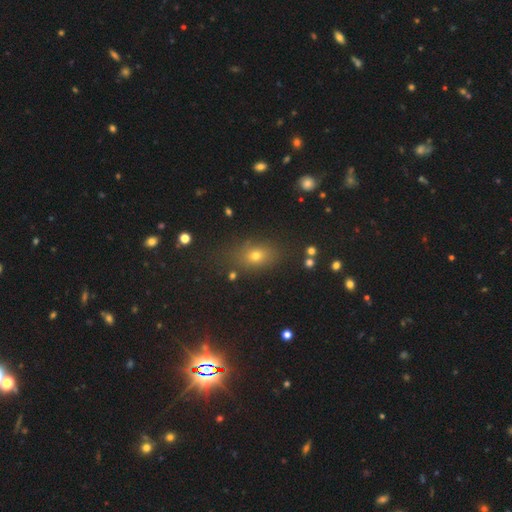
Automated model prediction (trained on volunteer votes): smooth 58%, star or artifact 31%, featured or disk 12%. Down the decision tree: how rounded — in between (63%); merging — none (82%).